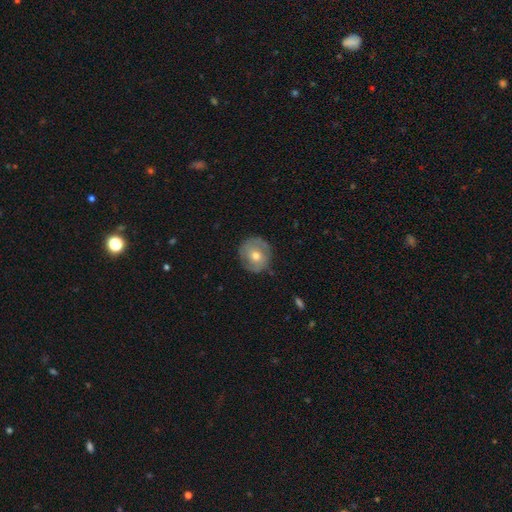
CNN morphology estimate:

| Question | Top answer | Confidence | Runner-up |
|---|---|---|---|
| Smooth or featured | smooth | 56% | featured or disk (37%) |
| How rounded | round | 88% | in between (11%) |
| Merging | none | 80% | minor disturbance (15%) |